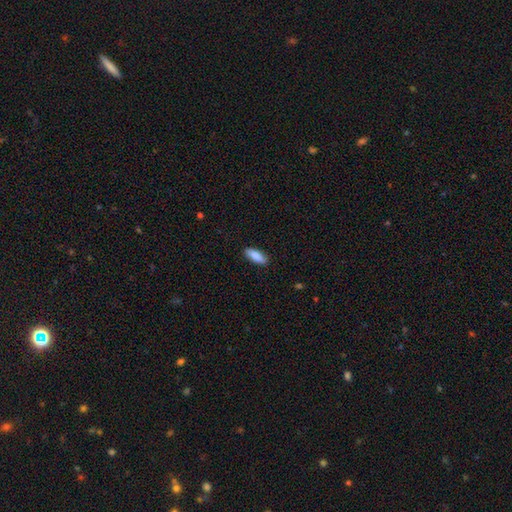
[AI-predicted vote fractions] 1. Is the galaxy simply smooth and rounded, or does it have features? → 86% smooth, 8% featured or disk, 6% star or artifact.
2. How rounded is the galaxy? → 66% in between, 32% cigar-shaped, 2% round.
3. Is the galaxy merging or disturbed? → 89% none, 8% minor disturbance, 2% major disturbance, 1% merger.